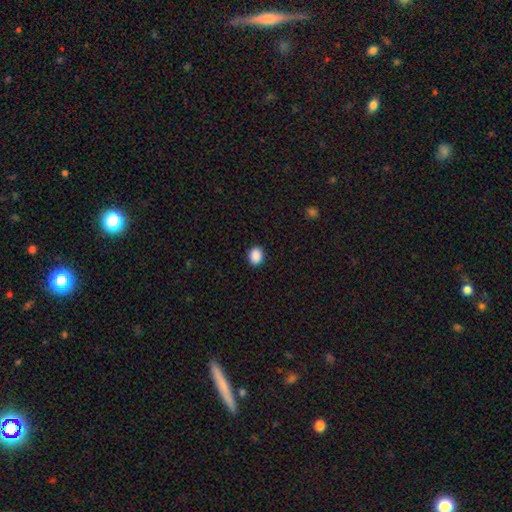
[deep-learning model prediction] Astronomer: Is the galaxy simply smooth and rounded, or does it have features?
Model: smooth — 90%.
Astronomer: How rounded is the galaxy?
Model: in between — 54% (runner-up: round, 45%).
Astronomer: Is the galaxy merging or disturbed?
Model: none — 91%.